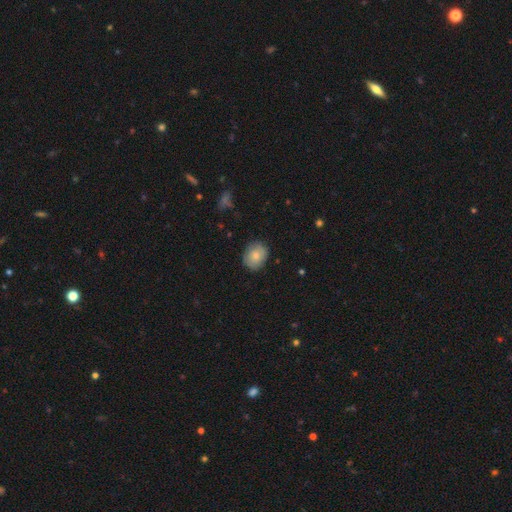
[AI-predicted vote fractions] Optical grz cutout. It shows a smooth galaxy with no disk features (78%) that is round (58%). Merging: none (83%).